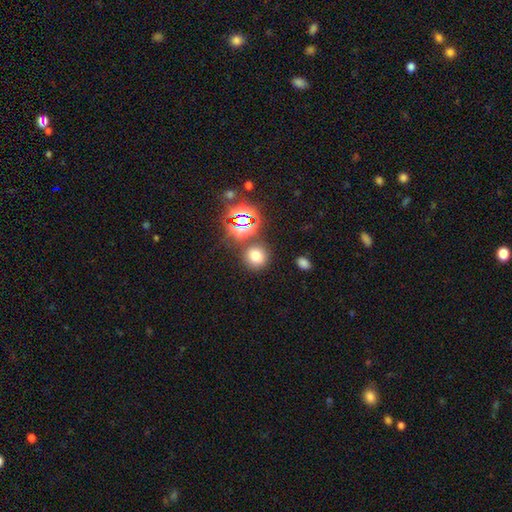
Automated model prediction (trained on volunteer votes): Smooth or featured: smooth — 68% (star or artifact — 25%)
How rounded: round — 85% (in between — 14%)
Merging: none — 79% (minor disturbance — 9%)